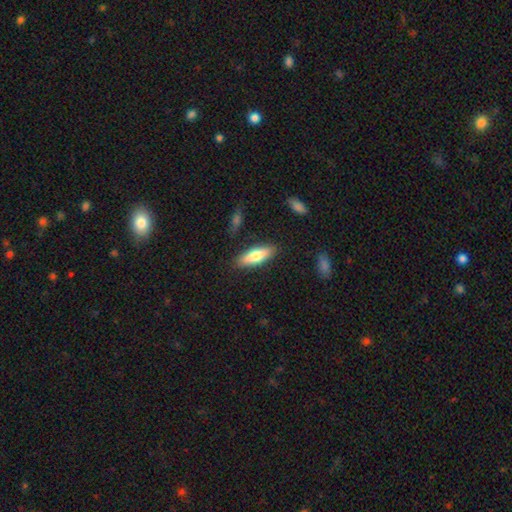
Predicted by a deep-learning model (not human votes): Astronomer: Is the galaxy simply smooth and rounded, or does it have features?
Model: smooth — 69%.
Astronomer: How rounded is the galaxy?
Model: in between — 53% (runner-up: cigar-shaped, 45%).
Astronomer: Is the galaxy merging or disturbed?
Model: none — 85%.